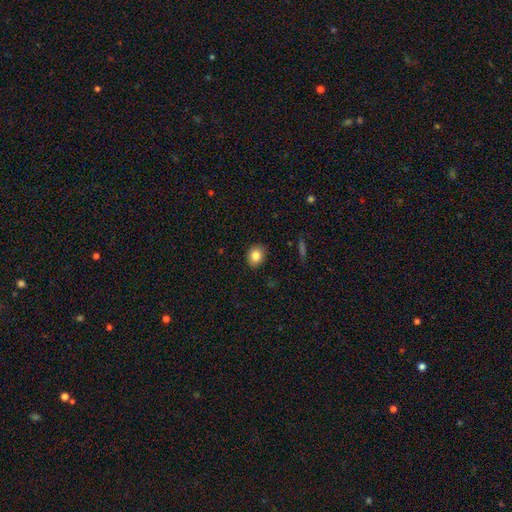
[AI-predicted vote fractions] Smooth or featured: smooth — 84% (star or artifact — 9%)
How rounded: in between — 50% (round — 49%)
Merging: none — 89% (minor disturbance — 8%)